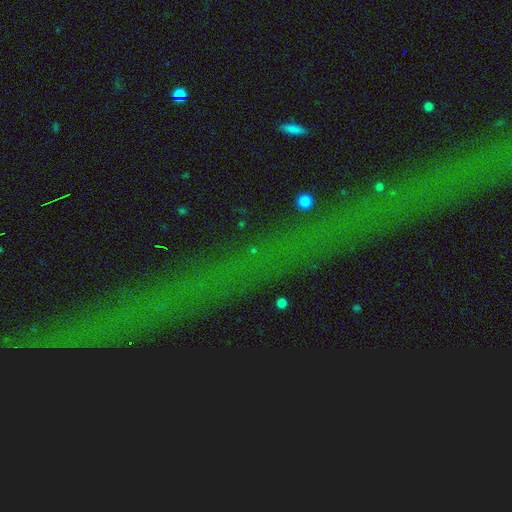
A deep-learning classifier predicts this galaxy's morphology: Smooth or featured? Predicted: star or artifact (p=0.79).